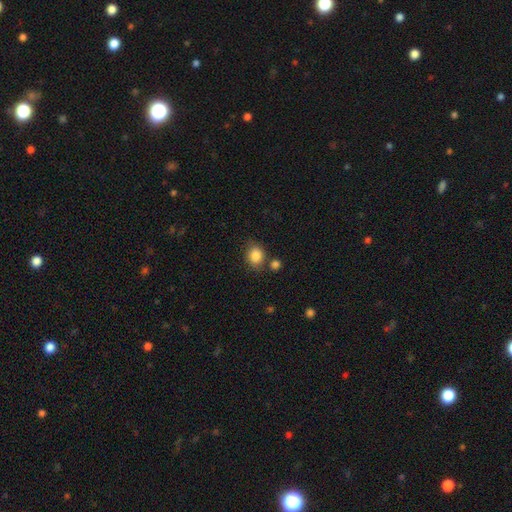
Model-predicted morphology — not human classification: Overall: smooth (85%). How rounded: round (57%; in between 42%). Merging: none (71%).